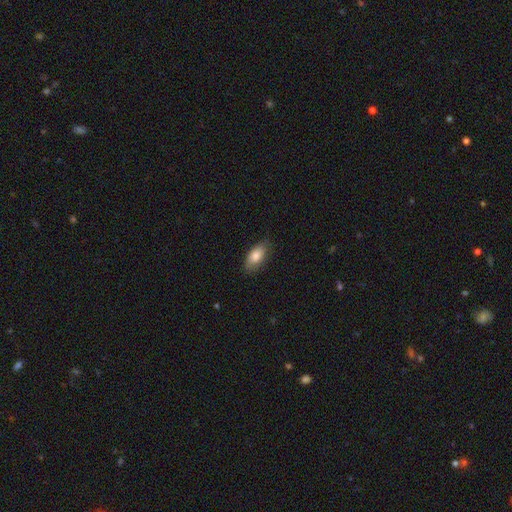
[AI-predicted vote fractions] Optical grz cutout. It shows a smooth galaxy with no disk features (82%) that is in between round and cigar-shaped (90%). Merging: none (80%).